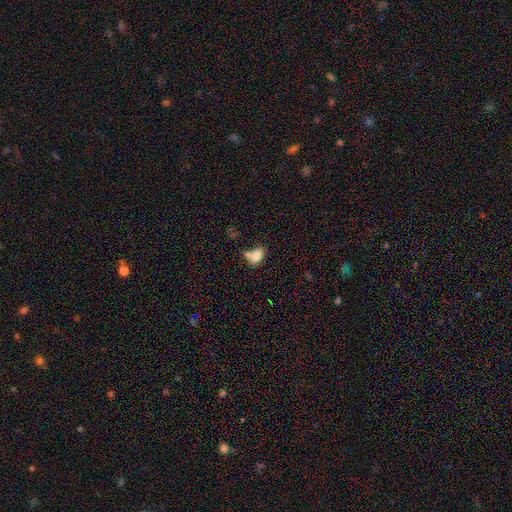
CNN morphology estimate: smooth-or-featured: smooth: 78% | featured or disk: 12% | star or artifact: 10%
  how-rounded: in between: 84% | round: 13% | cigar-shaped: 2%
  merging: merger: 46% | none: 33% | minor disturbance: 14% | major disturbance: 8%